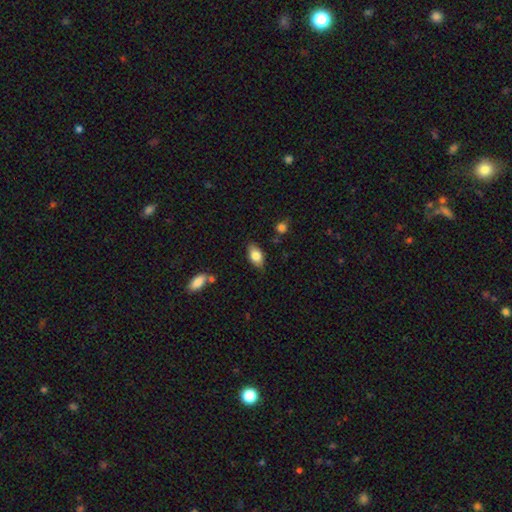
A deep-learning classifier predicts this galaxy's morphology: This is likely a smooth galaxy (79%). How rounded: clearly in between (90%). Merging: likely none (79%).